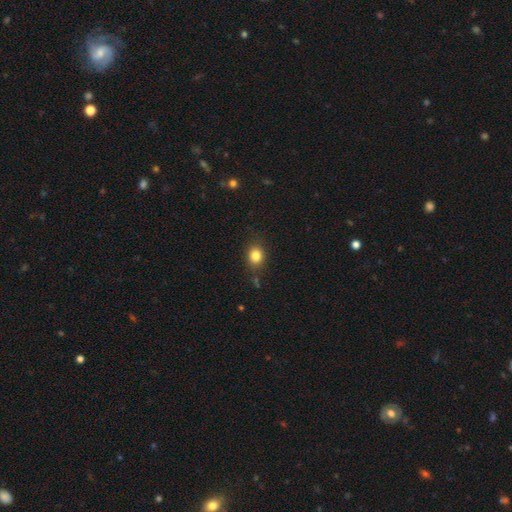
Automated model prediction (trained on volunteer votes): Smooth or featured: smooth — 83% (star or artifact — 11%)
How rounded: round — 64% (in between — 35%)
Merging: none — 83% (minor disturbance — 11%)